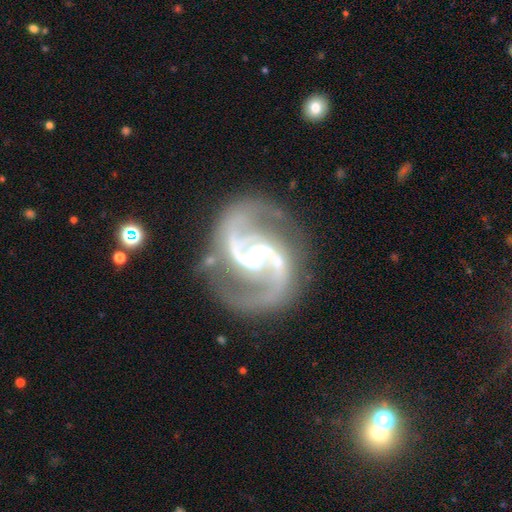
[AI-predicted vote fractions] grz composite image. It shows a featured or disk galaxy (93%) with no bar (42%), 2 (91%) medium (67%) spiral arms (99%) and a small central bulge (54%). Merging: none (76%).